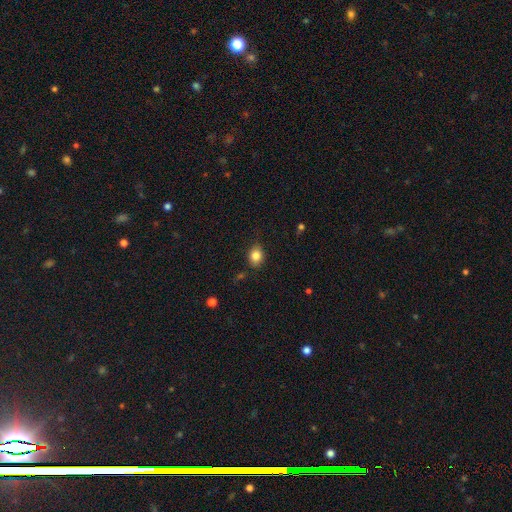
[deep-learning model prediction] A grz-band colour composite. It shows a smooth galaxy with no disk features (84%) that is in between round and cigar-shaped (57%). Merging: none (81%).